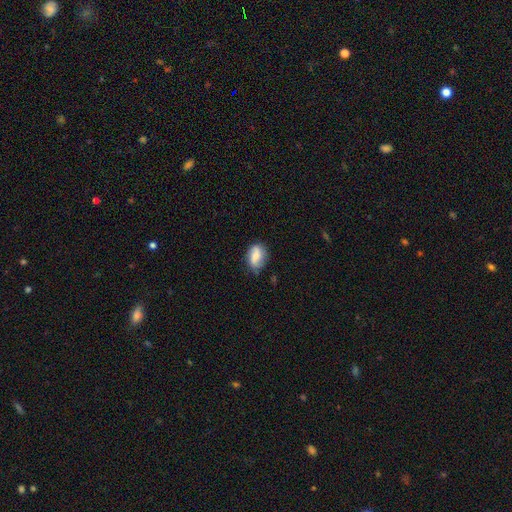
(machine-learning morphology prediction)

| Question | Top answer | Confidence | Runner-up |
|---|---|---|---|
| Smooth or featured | smooth | 68% | featured or disk (24%) |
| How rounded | in between | 83% | round (15%) |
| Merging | none | 65% | minor disturbance (26%) |